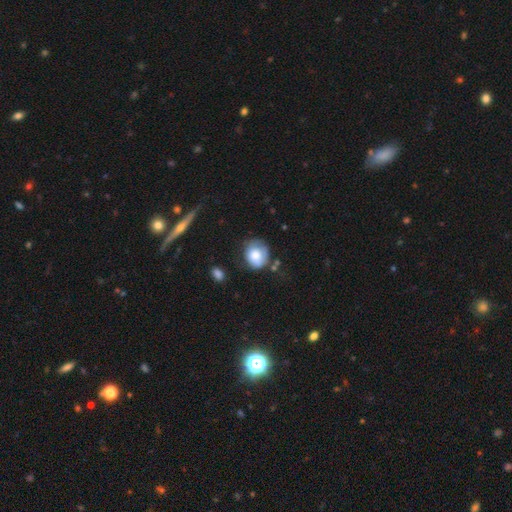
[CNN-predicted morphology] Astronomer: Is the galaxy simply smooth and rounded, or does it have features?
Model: smooth — 72%.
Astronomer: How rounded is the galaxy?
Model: round — 71%.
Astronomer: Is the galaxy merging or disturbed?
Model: none — 55%.